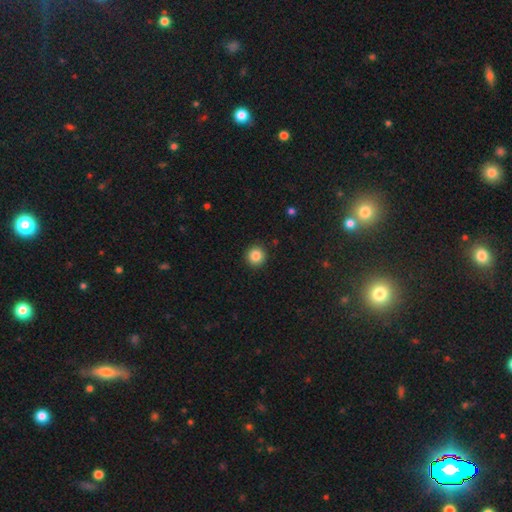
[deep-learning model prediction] This appears to be a smooth galaxy with no disk features (85%) that is round (95%). Merging: none (92%).